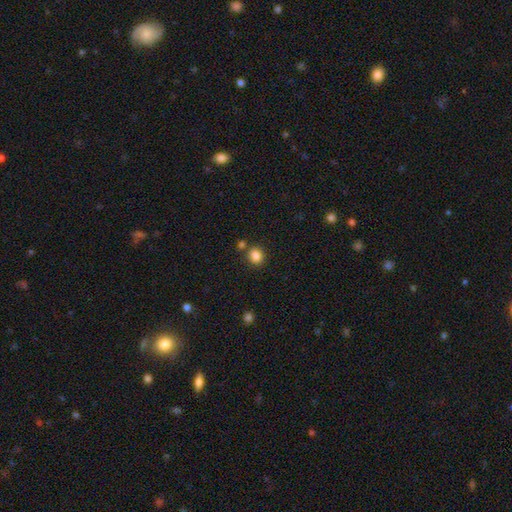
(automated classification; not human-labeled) Smooth or featured? Predicted: smooth (p=0.85). How rounded? Predicted: round (p=0.73). Merging? Predicted: none (p=0.79).